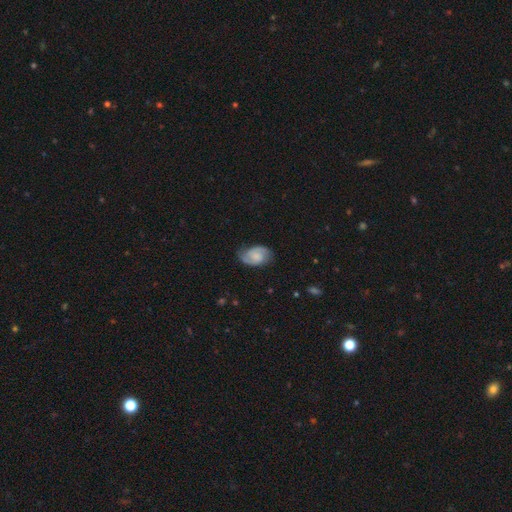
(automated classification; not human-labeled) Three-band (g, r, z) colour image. It shows a featured or disk galaxy (74%) with no bar (55%), 2 (89%) medium (47%) spiral arms (95%) and no central bulge (37%). Merging: none (75%).